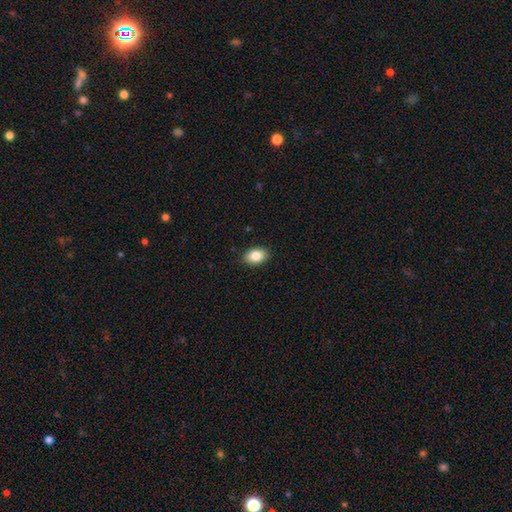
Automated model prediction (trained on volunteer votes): Overall: smooth (85%). How rounded: in between (86%). Merging: none (89%).